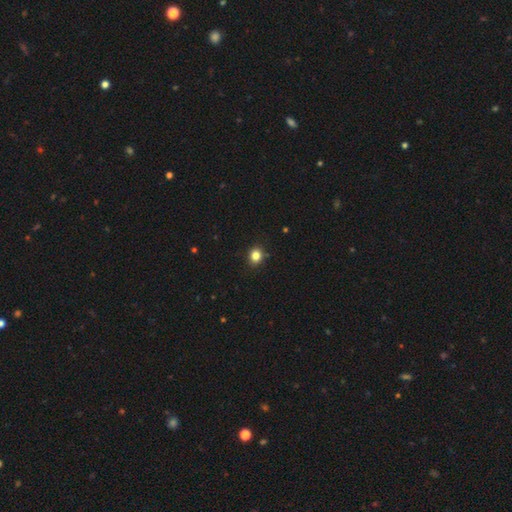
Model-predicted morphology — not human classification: Overall: smooth (83%). How rounded: round (74%). Merging: none (90%).